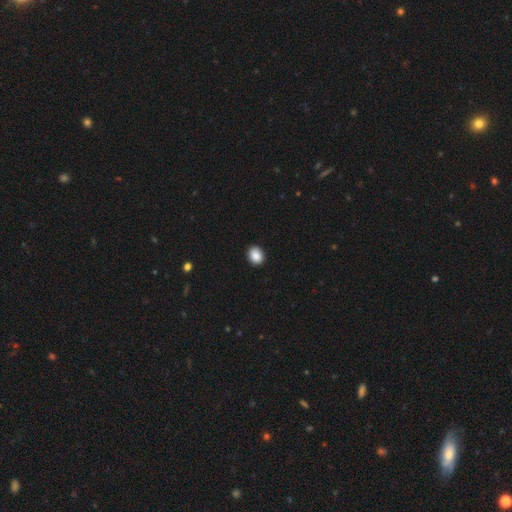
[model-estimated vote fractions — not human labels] Smooth or featured? smooth (89%)
How rounded? round (54%)
Merging? none (91%)